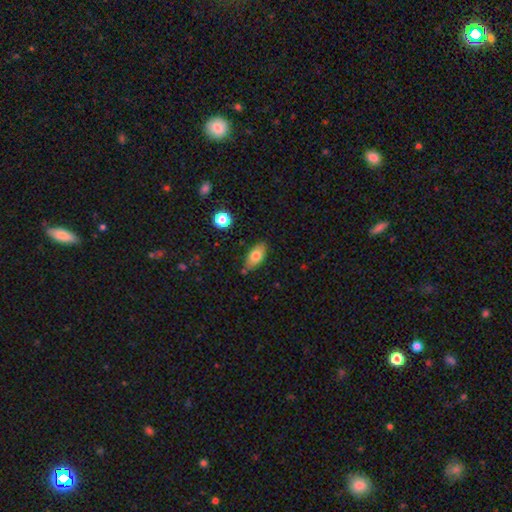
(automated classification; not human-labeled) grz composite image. It shows a smooth galaxy with no disk features (75%) that is in between round and cigar-shaped (88%). Merging: none (79%).